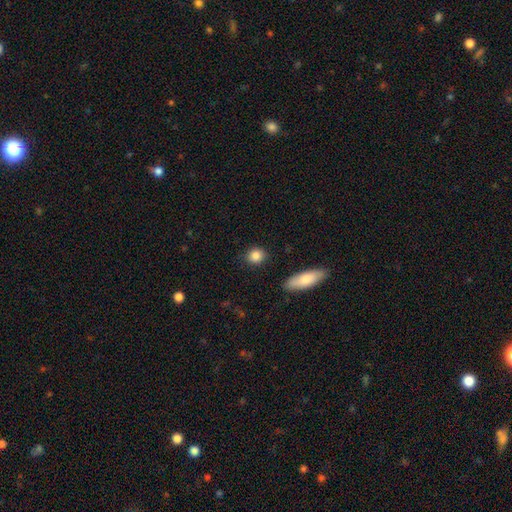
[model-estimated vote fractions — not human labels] Smooth or featured? smooth (86%)
How rounded? round (75%)
Merging? none (88%)